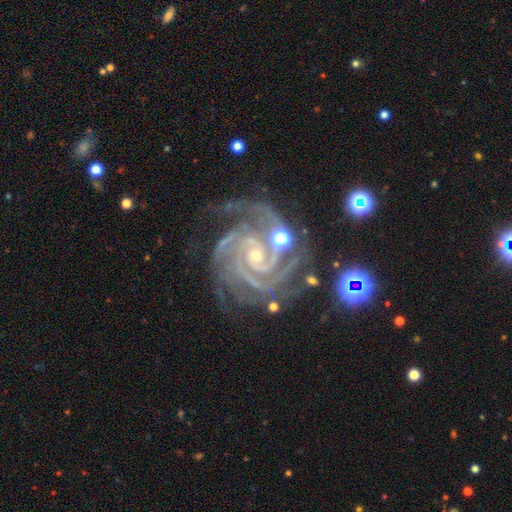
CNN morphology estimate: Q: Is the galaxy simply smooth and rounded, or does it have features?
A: featured or disk — 92%.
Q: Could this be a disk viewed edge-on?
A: no — 98%.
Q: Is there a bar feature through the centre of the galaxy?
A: no — 56%.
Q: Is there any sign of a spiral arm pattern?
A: yes — 99%.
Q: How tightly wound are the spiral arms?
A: tight — 76%.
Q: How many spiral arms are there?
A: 4 — 31%, tied with 3.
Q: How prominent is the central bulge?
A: small — 75%.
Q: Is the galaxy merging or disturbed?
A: none — 67%.